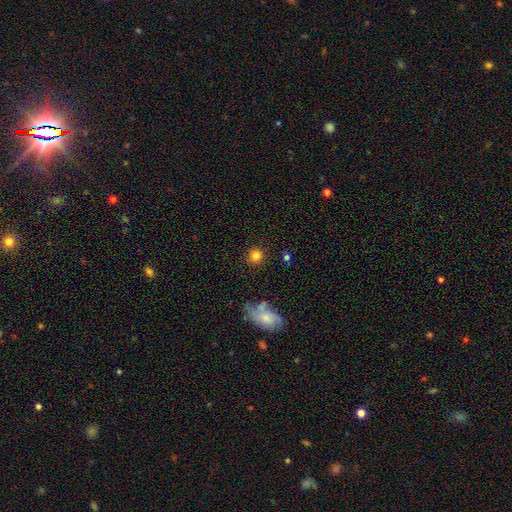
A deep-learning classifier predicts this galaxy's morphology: Smooth or featured?
  - smooth: 82% *
  - star or artifact: 11%
  - featured or disk: 8%
How rounded?
  - round: 92% *
  - in between: 7%
  - cigar-shaped: 1%
Merging?
  - none: 86% *
  - minor disturbance: 8%
  - merger: 3%
  - major disturbance: 3%